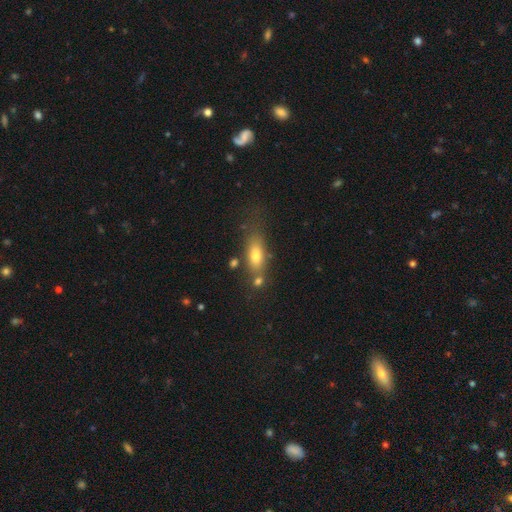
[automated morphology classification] Smooth or featured?
  - smooth: 72% *
  - featured or disk: 19%
  - star or artifact: 10%
How rounded?
  - in between: 68% *
  - cigar-shaped: 27%
  - round: 5%
Merging?
  - none: 57% *
  - minor disturbance: 19%
  - merger: 15%
  - major disturbance: 9%